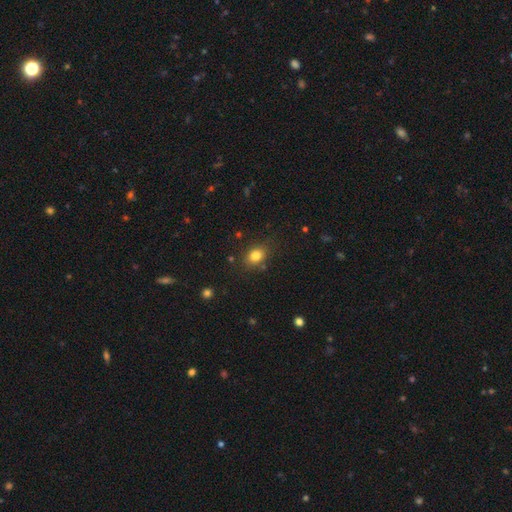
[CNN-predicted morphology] smooth_or_featured: smooth (p=0.81) [alt: star or artifact p=0.12]
how_rounded: in between (p=0.62) [alt: round p=0.37]
merging: none (p=0.81) [alt: minor disturbance p=0.12]